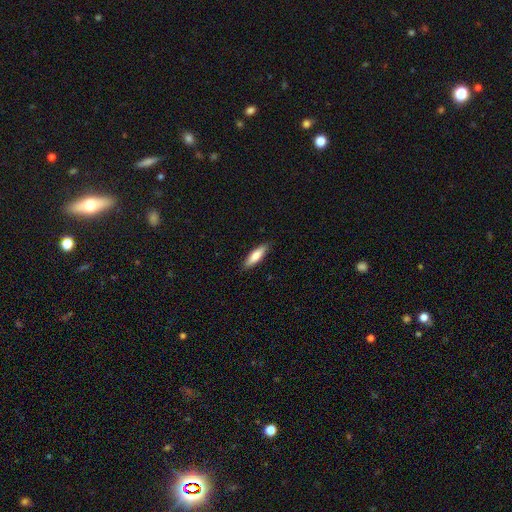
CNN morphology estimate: This is likely a smooth galaxy (72%). How rounded: likely cigar-shaped (61%). Merging: clearly none (88%).